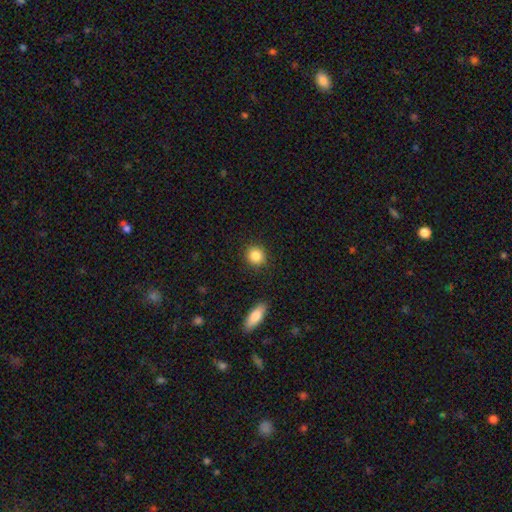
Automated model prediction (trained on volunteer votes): A smooth galaxy with no disk features (86%) that is round (86%).

Vote fractions:
- Smooth or featured? smooth: 86% / star or artifact: 9% / featured or disk: 5%
- How rounded? round: 86% / in between: 12% / cigar-shaped: 1%
- Merging? none: 89% / minor disturbance: 7% / major disturbance: 2% / merger: 2%